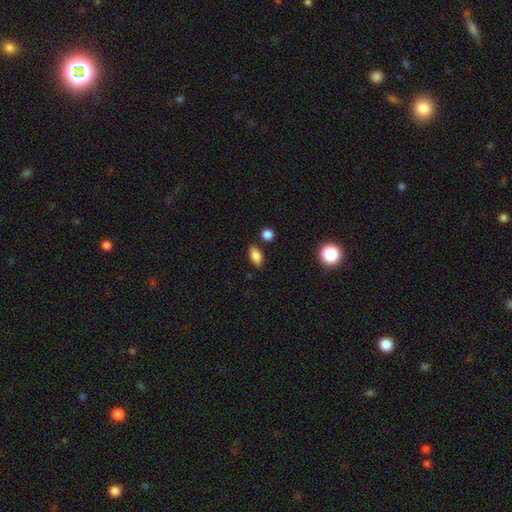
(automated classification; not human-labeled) Overall: smooth (82%). How rounded: in between (86%). Merging: none (82%).